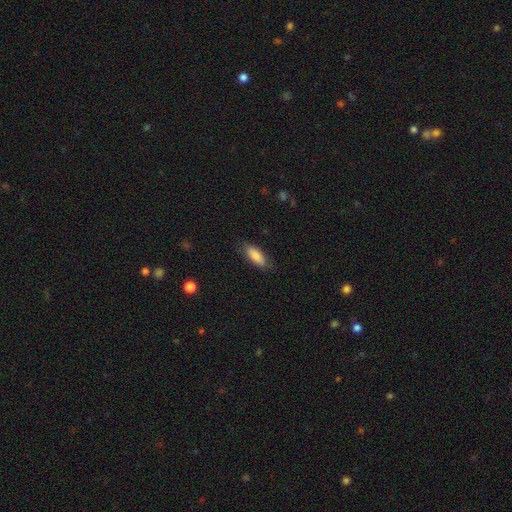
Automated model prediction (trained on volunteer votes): Overall: smooth (85%). How rounded: in between (70%). Merging: none (82%).